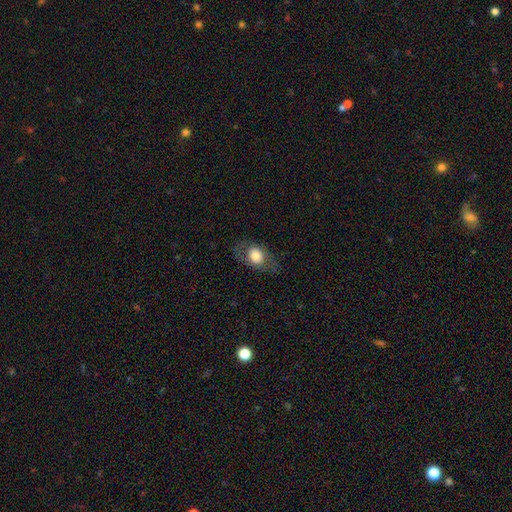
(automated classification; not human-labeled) This is likely a smooth galaxy (68%). How rounded: likely in between (67%). Merging: likely none (72%).